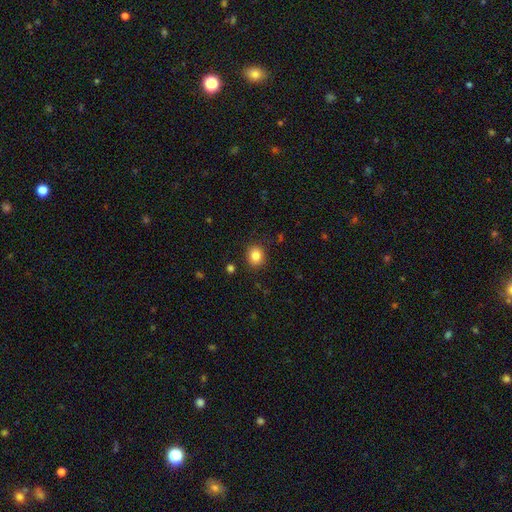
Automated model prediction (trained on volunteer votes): This appears to be a smooth galaxy with no disk features (84%) that is round (77%). Merging: none (88%).